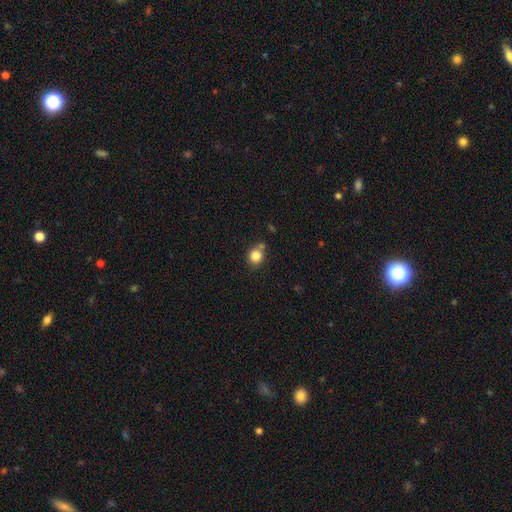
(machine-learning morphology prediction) The model was most divided on "merging": none: 67%, merger: 15%, minor disturbance: 14%, major disturbance: 4%. More confident: smooth or featured — smooth (83%); how rounded — round (81%).